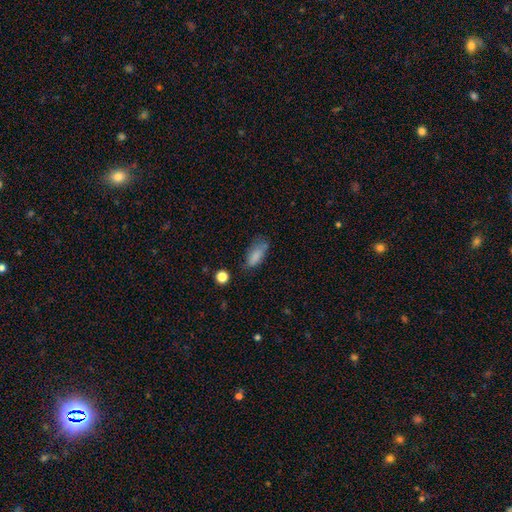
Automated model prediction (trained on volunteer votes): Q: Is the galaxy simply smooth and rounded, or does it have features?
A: smooth — 81%.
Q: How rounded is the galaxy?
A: in between — 80%.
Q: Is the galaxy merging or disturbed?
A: none — 50%.